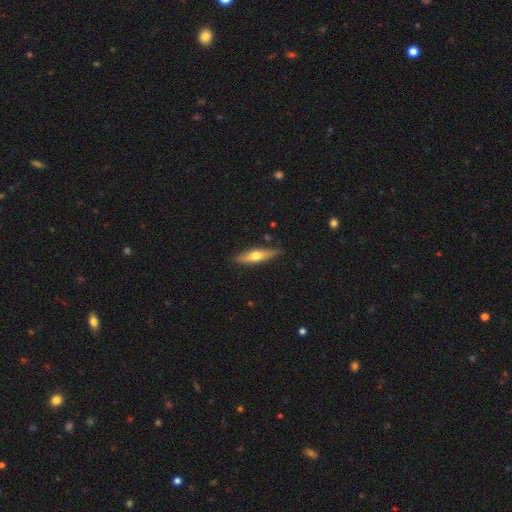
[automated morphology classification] Smooth or featured?
  - featured or disk: 51% *
  - smooth: 43%
  - star or artifact: 6%
Edge-on disk?
  - yes: 92% *
  - no: 8%
Merging?
  - none: 86% *
  - minor disturbance: 10%
  - major disturbance: 2%
  - merger: 2%